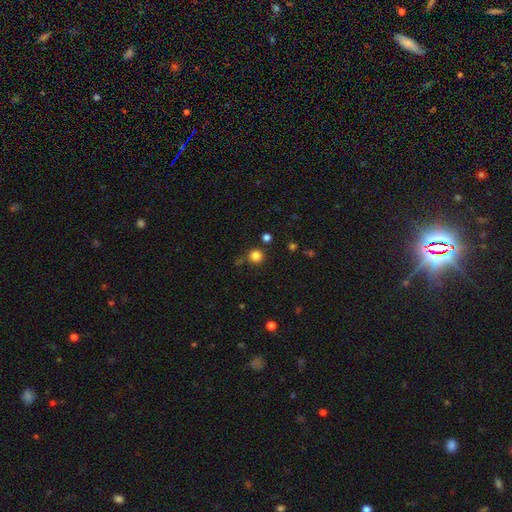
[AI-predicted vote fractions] Smooth or featured? smooth (81%)
How rounded? round (94%)
Merging? none (83%)